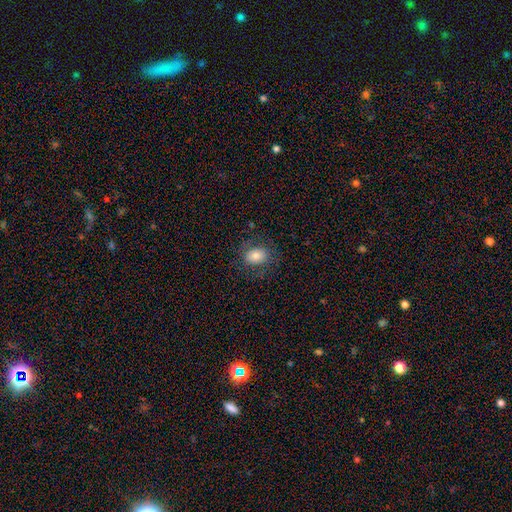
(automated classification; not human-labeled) Smooth or featured: smooth — 74% (featured or disk — 16%)
How rounded: in between — 54% (round — 45%)
Merging: none — 76% (minor disturbance — 14%)